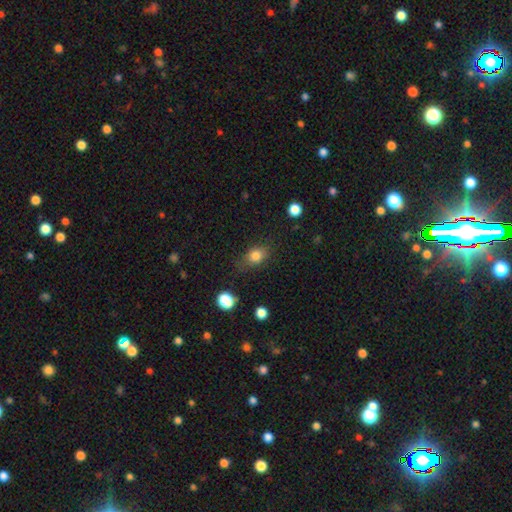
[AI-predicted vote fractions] A smooth galaxy with no disk features (81%) that is in between round and cigar-shaped (63%). Merging: none (73%).